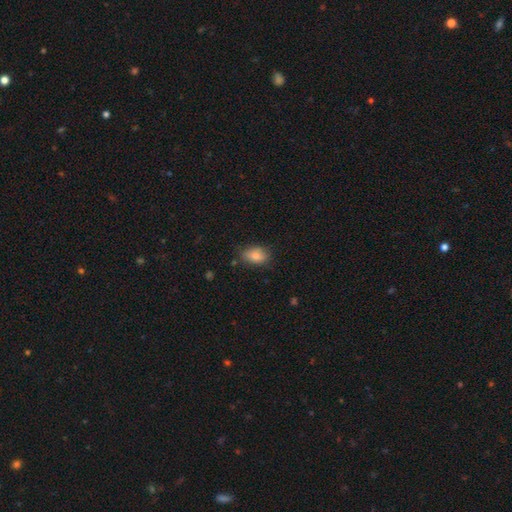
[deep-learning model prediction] Smooth or featured? Predicted: smooth (p=0.82). How rounded? Predicted: in between (p=0.84). Merging? Predicted: none (p=0.74).